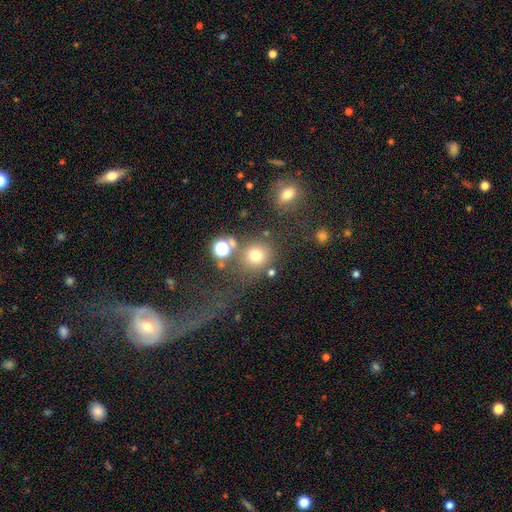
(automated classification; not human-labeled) smooth-or-featured: smooth: 71% | star or artifact: 20% | featured or disk: 9%
  how-rounded: round: 86% | in between: 13% | cigar-shaped: 1%
  merging: none: 66% | merger: 13% | minor disturbance: 12% | major disturbance: 9%